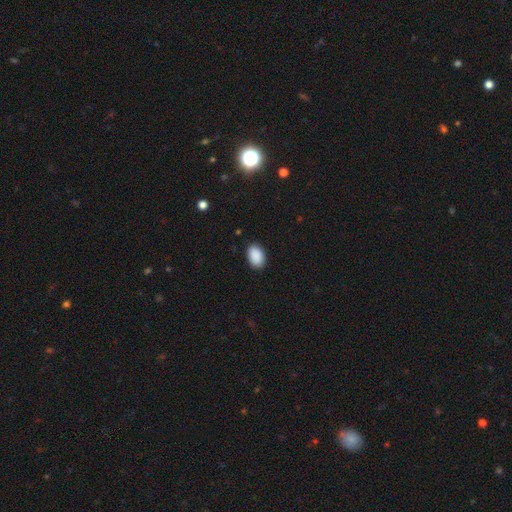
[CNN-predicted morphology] Smooth or featured: smooth — 91% (star or artifact — 7%)
How rounded: in between — 89% (round — 10%)
Merging: none — 87% (minor disturbance — 10%)